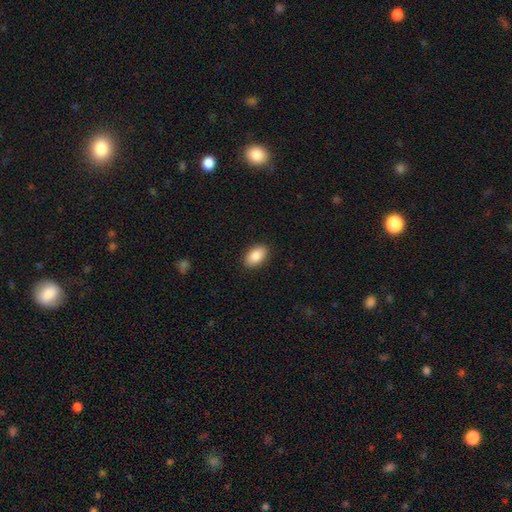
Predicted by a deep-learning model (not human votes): Smooth or featured? smooth (87%)
How rounded? in between (92%)
Merging? none (90%)